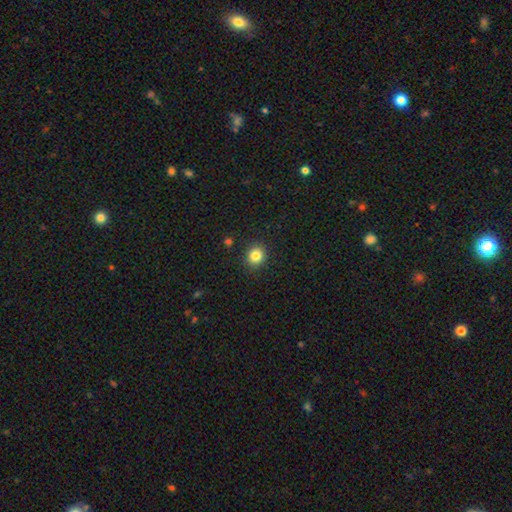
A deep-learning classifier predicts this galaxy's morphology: type=smooth (83%); roundness=round (82%); merging=none (90%).